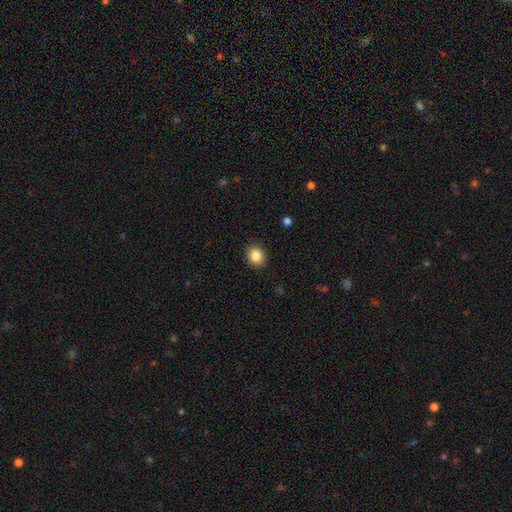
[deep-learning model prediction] This appears to be a smooth galaxy with no disk features (86%) that is round (66%). Merging: none (89%).